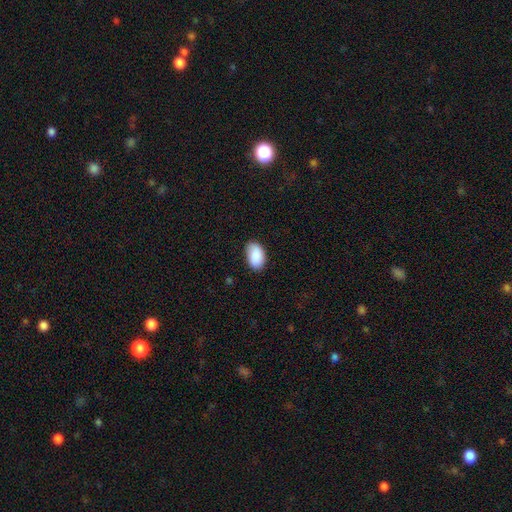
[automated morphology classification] This appears to be a smooth galaxy with no disk features (90%) that is in between round and cigar-shaped (94%). Merging: none (78%).